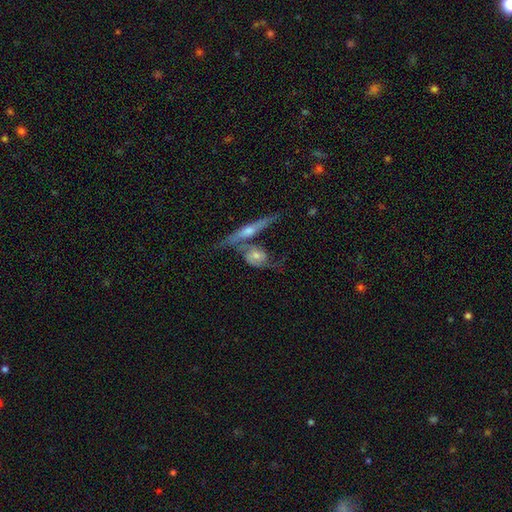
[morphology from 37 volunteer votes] A featured or disk galaxy (70%) with no bar (56%), 2 (100%) medium (57%) spiral arms (78%) and a moderate central bulge (78%).

Vote fractions:
- Smooth or featured? featured or disk: 70% / smooth: 30% / star or artifact: 0%
- Edge-on disk? no: 69% / yes: 31%
- Bar? no: 56% / weak: 33% / strong: 11%
- Spiral arms? yes: 78% / no: 22%
- Spiral winding? medium: 57% / loose: 43% / tight: 0%
- Spiral arm count? 2: 100% / 1: 0% / 3: 0% / 4: 0% / more than 4: 0% / can't tell: 0%
- Bulge size? moderate: 78% / large: 11% / small: 11% / dominant: 0% / none: 0%
- Merging? merger: 43% / none: 22% / major disturbance: 19% / minor disturbance: 16%